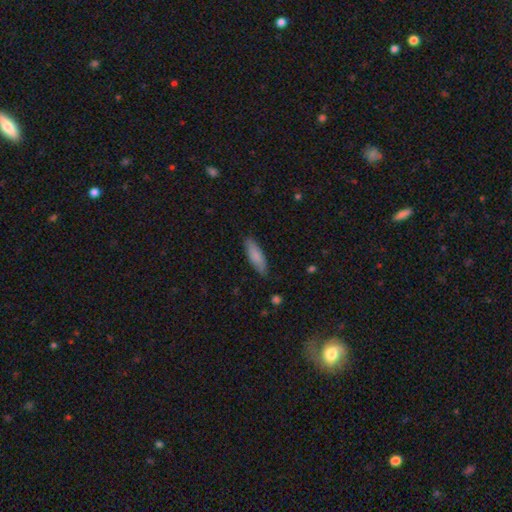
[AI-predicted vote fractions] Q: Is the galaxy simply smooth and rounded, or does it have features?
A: smooth — 82%.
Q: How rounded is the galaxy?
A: in between — 50%.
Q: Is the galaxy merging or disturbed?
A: none — 85%.